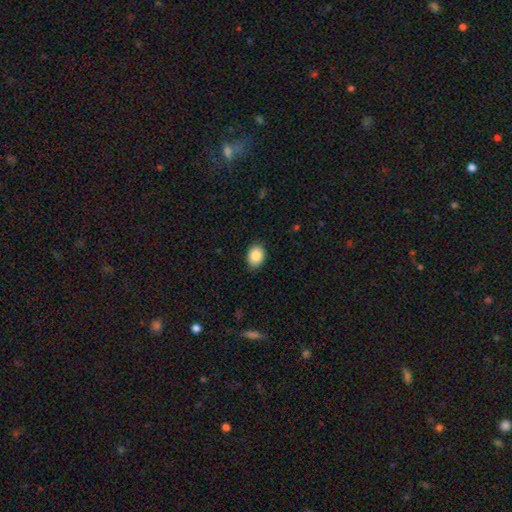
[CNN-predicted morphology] smooth-or-featured: smooth: 88% | star or artifact: 8% | featured or disk: 4%
  how-rounded: in between: 63% | round: 36% | cigar-shaped: 1%
  merging: none: 85% | minor disturbance: 11% | major disturbance: 2% | merger: 1%